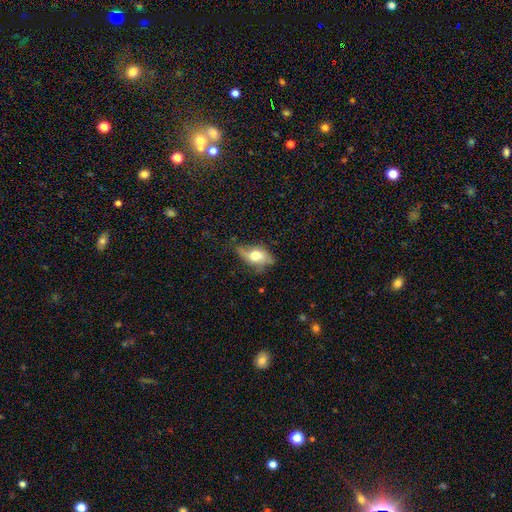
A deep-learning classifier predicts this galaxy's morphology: smooth-or-featured: smooth: 47% | featured or disk: 44% | star or artifact: 9%
  merging: none: 51% | minor disturbance: 30% | major disturbance: 15% | merger: 3%